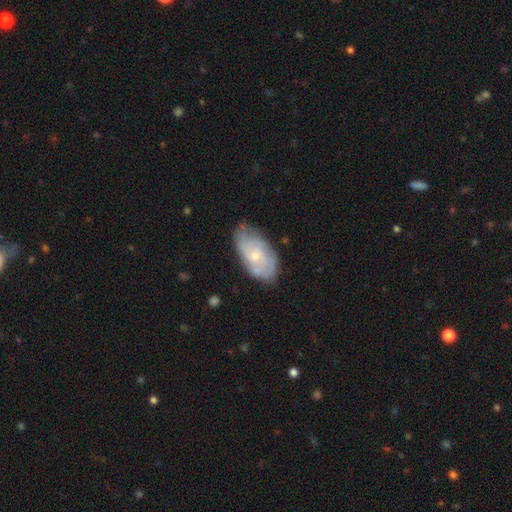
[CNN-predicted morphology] Q: Smooth or featured?
A: featured or disk (53%); runner-up: smooth (40%)
Q: Edge-on disk?
A: no (94%); runner-up: yes (6%)
Q: Merging?
A: none (63%); runner-up: minor disturbance (28%)